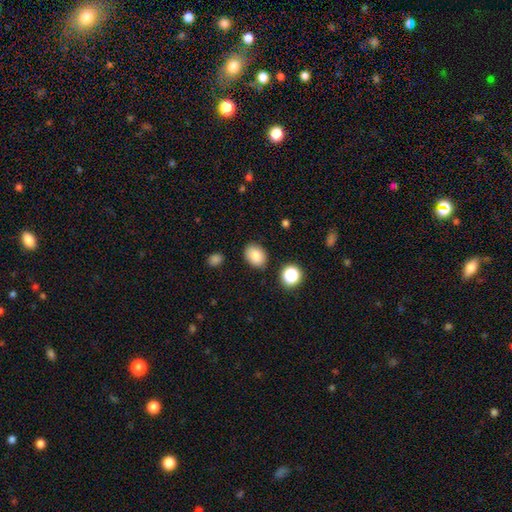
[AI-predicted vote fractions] The model was most divided on "how rounded": in between: 67%, round: 32%, cigar-shaped: 1%. More confident: smooth or featured — smooth (85%); merging — none (85%).